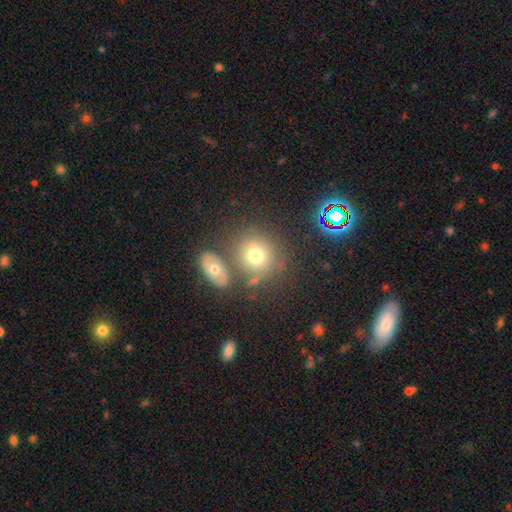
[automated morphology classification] Smooth or featured: smooth — 68% (featured or disk — 20%)
How rounded: round — 80% (in between — 19%)
Merging: none — 63% (merger — 19%)